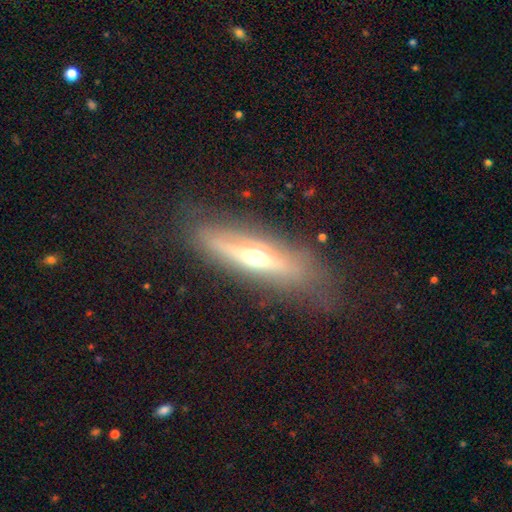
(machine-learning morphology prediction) smooth-or-featured: featured or disk: 61% | smooth: 31% | star or artifact: 8%
  disk-edge-on: yes: 79% | no: 21%
  merging: none: 72% | minor disturbance: 18% | major disturbance: 9% | merger: 2%